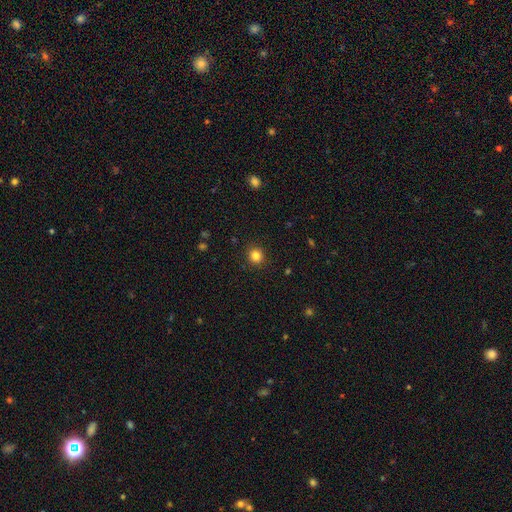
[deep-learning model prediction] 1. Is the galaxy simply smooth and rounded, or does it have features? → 84% smooth, 12% star or artifact, 4% featured or disk.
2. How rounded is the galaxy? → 91% round, 8% in between, 1% cigar-shaped.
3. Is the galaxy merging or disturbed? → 91% none, 6% minor disturbance, 2% major disturbance, 1% merger.